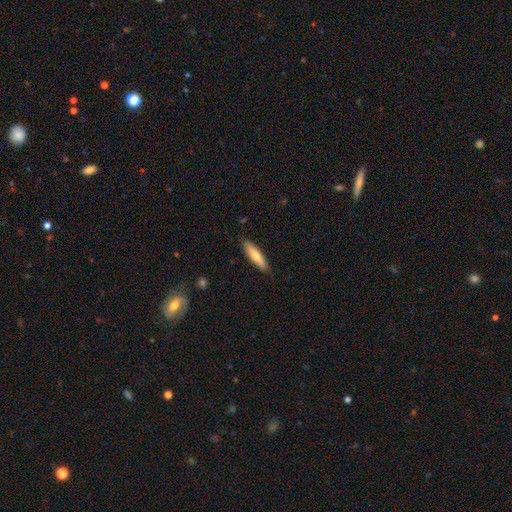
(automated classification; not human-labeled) This is likely a smooth galaxy (67%). How rounded: likely cigar-shaped (76%). Merging: clearly none (87%).